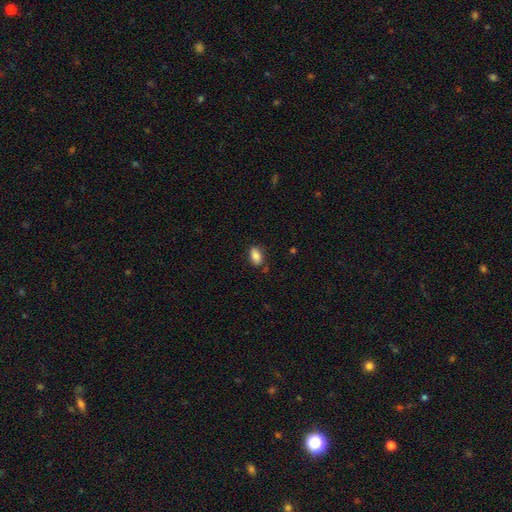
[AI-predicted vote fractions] smooth_or_featured: smooth (p=0.84) [alt: star or artifact p=0.08]
how_rounded: in between (p=0.90) [alt: round p=0.06]
merging: none (p=0.82) [alt: minor disturbance p=0.13]